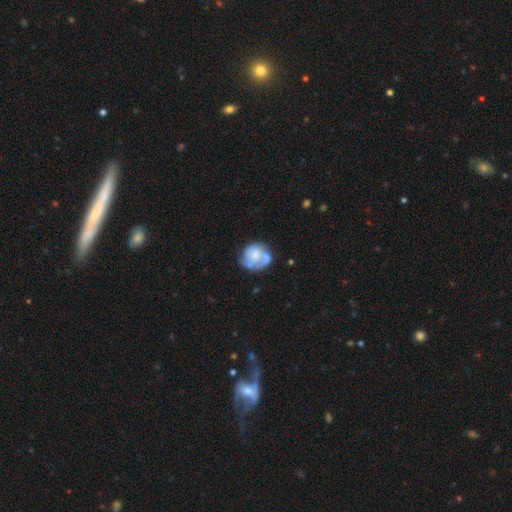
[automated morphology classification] The model was most divided on "bulge size": small: 31%, moderate: 29%, none: 27%, large: 10%, dominant: 2%. Remaining: edge-on disk — no (98%); bar — no (78%); spiral arms — yes (66%); smooth or featured — featured or disk (55%); merging — none (48%).